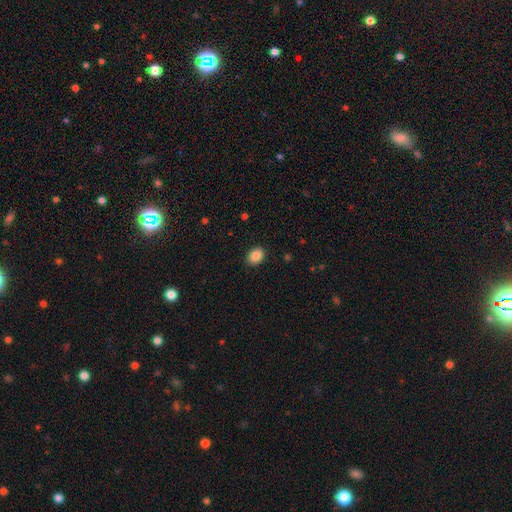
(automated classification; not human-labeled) Smooth or featured? smooth (88%)
How rounded? in between (68%)
Merging? none (89%)